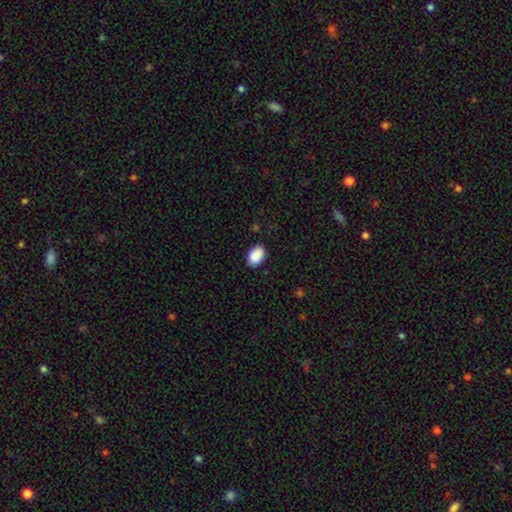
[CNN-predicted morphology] Overall: smooth (90%). How rounded: in between (90%). Merging: none (86%).